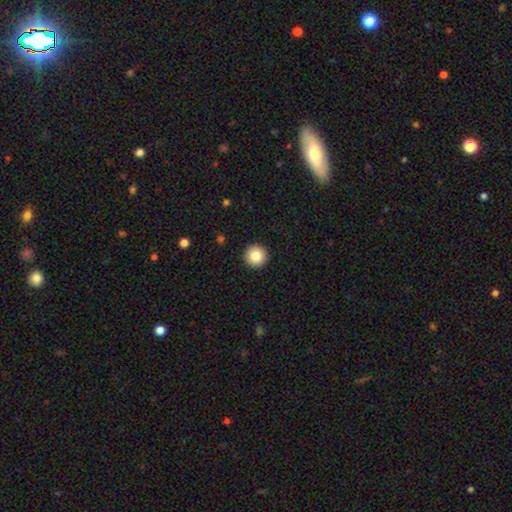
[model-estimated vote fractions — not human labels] smooth-or-featured: smooth: 85% | star or artifact: 9% | featured or disk: 6%
  how-rounded: round: 96% | in between: 3% | cigar-shaped: 1%
  merging: none: 93% | minor disturbance: 4% | major disturbance: 1% | merger: 1%